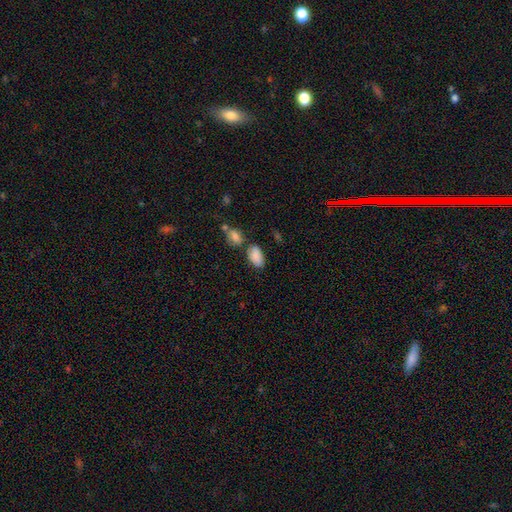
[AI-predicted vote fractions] Smooth or featured? Predicted: smooth (p=0.86). How rounded? Predicted: in between (p=0.94). Merging? Predicted: none (p=0.60).